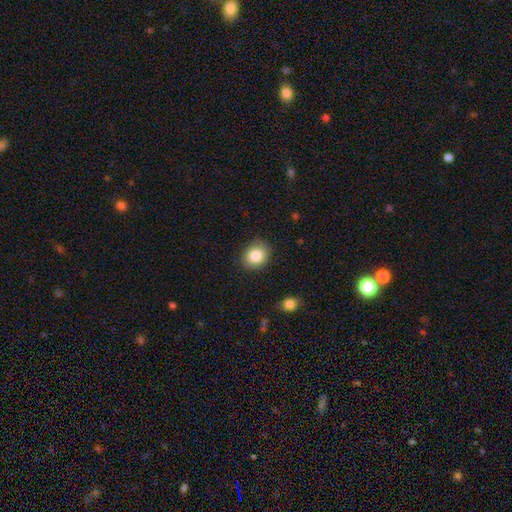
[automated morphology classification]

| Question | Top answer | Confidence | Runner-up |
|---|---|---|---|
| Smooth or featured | smooth | 84% | star or artifact (9%) |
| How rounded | round | 65% | in between (34%) |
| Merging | none | 83% | minor disturbance (13%) |